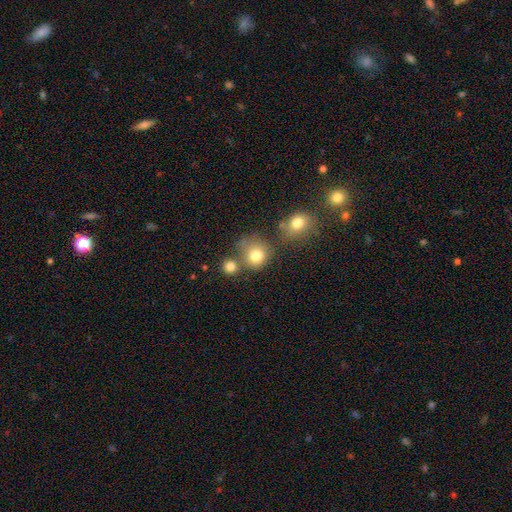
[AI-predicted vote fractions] This appears to be a smooth galaxy with no disk features (80%) that is round (83%). Merging: none (58%).